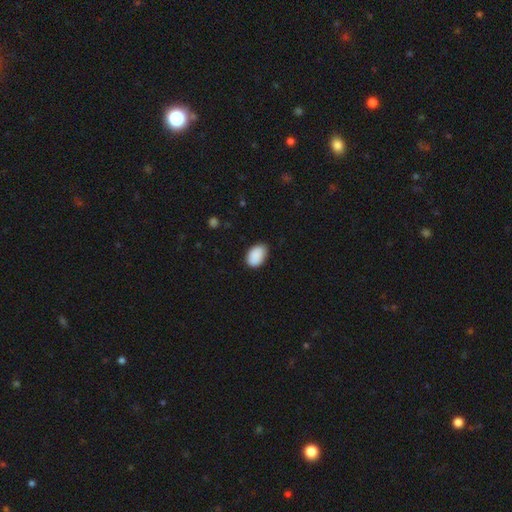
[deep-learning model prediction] Smooth or featured? Predicted: smooth (p=0.90). How rounded? Predicted: in between (p=0.88). Merging? Predicted: none (p=0.77).